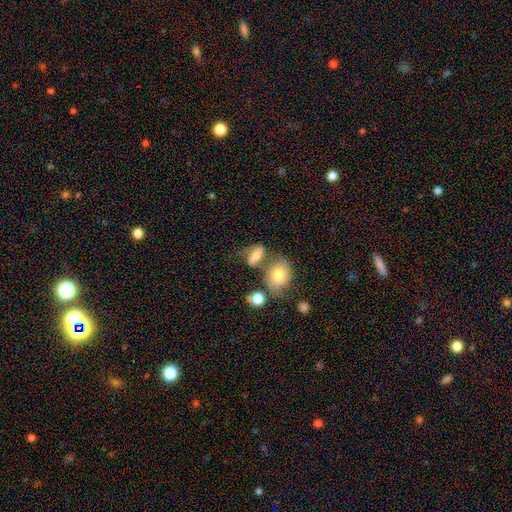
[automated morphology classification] The model was most divided on "merging": none: 39%, merger: 29%, minor disturbance: 19%, major disturbance: 13%. More confident: how rounded — in between (79%); smooth or featured — smooth (54%).